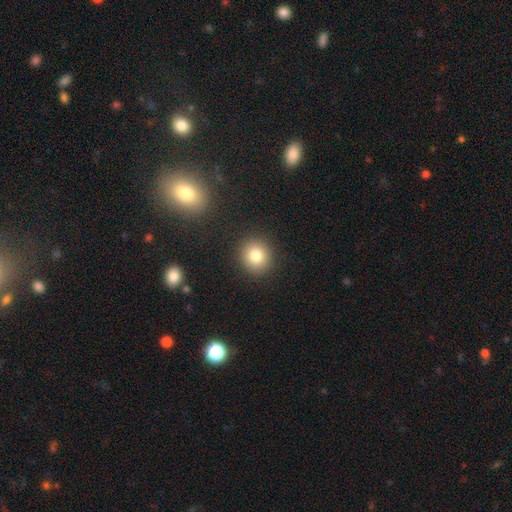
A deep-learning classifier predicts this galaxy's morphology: A smooth galaxy with no disk features (81%) that is round (88%).

Vote fractions:
- Smooth or featured? smooth: 81% / star or artifact: 11% / featured or disk: 8%
- How rounded? round: 88% / in between: 11% / cigar-shaped: 1%
- Merging? none: 90% / minor disturbance: 6% / major disturbance: 2% / merger: 1%